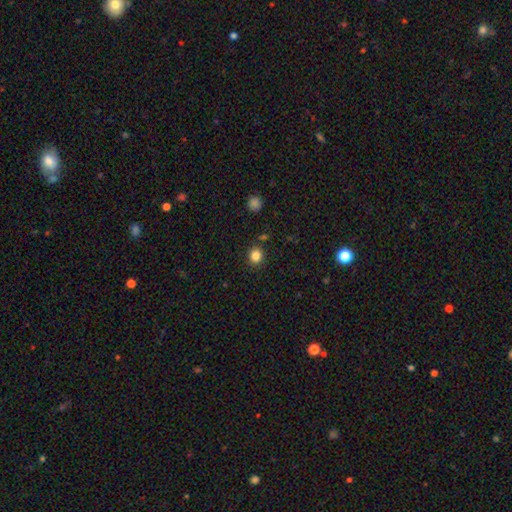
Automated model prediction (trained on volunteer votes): A smooth galaxy with no disk features (84%) that is round (82%). Merging: none (87%).